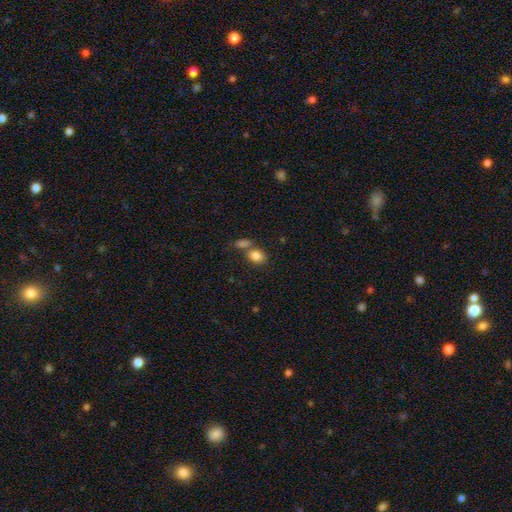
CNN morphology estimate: This appears to be a smooth galaxy with no disk features (84%) that is in between round and cigar-shaped (71%). Merging: none (52%).